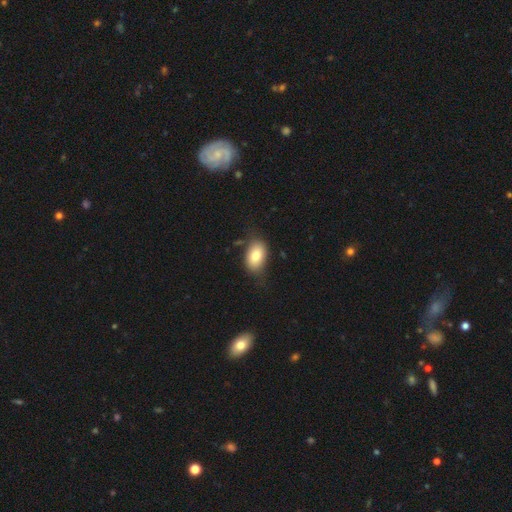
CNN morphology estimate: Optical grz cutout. It shows a smooth galaxy with no disk features (80%) that is in between round and cigar-shaped (89%). Merging: none (69%).